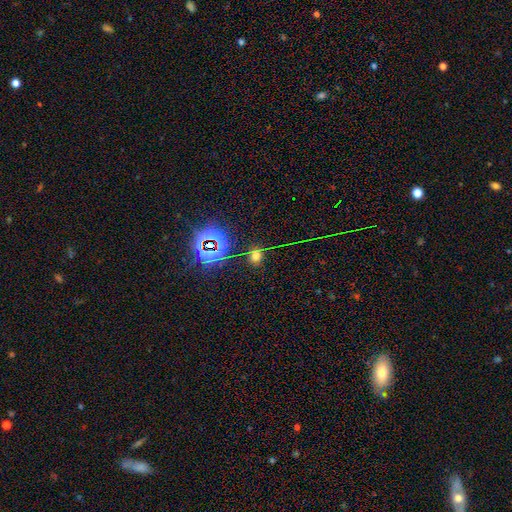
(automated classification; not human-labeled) smooth_or_featured: smooth (p=0.53) [alt: star or artifact p=0.39]
how_rounded: round (p=0.68) [alt: in between p=0.31]
merging: none (p=0.81) [alt: minor disturbance p=0.11]